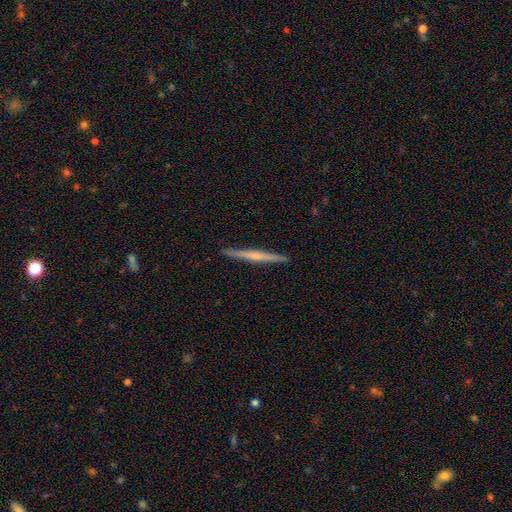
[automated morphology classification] Smooth or featured: featured or disk — 62% (smooth — 33%)
Edge-on disk: yes — 98% (no — 2%)
Edge-on bulge: none — 46% (rounded — 45%)
Merging: none — 93% (minor disturbance — 5%)